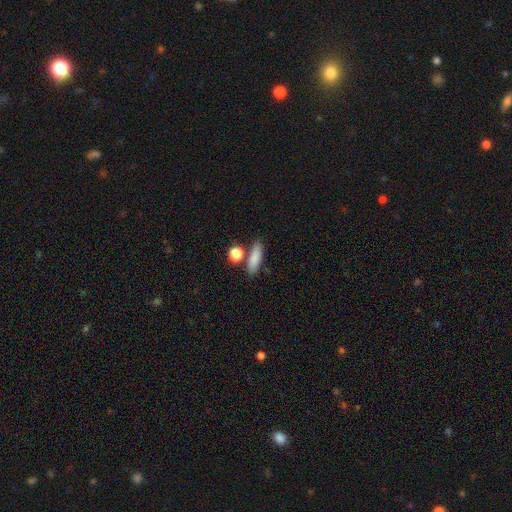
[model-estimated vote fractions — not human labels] Smooth or featured? smooth (84%)
How rounded? in between (52%)
Merging? none (72%)